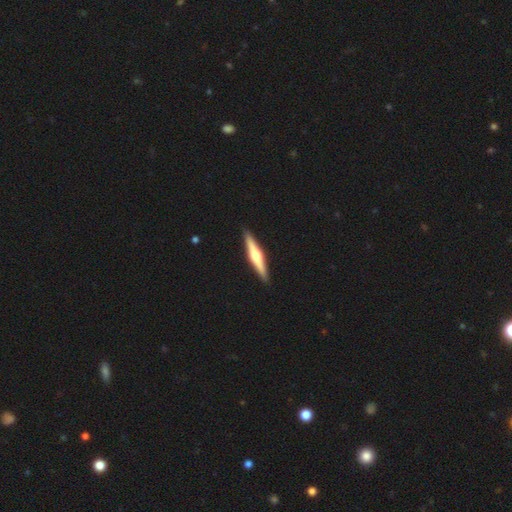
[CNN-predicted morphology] Smooth or featured: featured or disk — 69% (smooth — 26%)
Edge-on disk: yes — 98% (no — 2%)
Edge-on bulge: rounded — 90% (boxy — 6%)
Merging: none — 92% (minor disturbance — 6%)